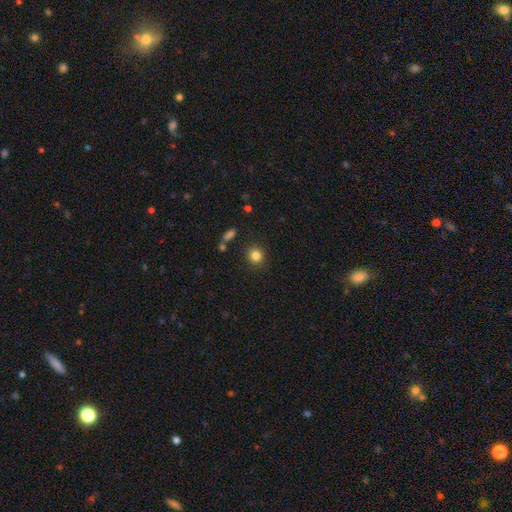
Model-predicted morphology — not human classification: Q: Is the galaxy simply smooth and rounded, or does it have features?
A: smooth — 83%.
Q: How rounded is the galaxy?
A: round — 88%.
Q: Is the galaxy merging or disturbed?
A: none — 87%.